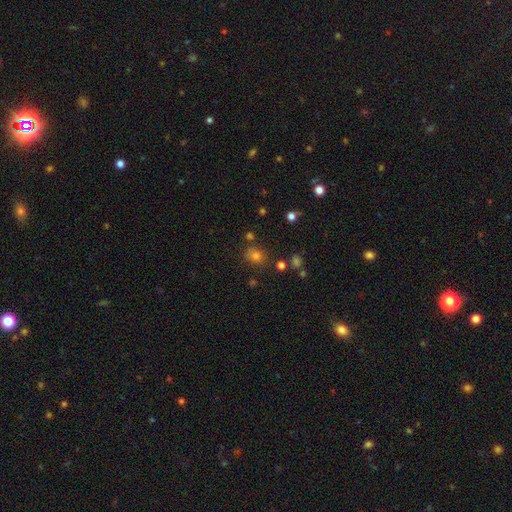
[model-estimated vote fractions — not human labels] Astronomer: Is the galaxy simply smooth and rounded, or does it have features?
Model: smooth — 69%.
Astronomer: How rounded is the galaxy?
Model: round — 68%.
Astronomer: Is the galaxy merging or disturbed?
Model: none — 77%.